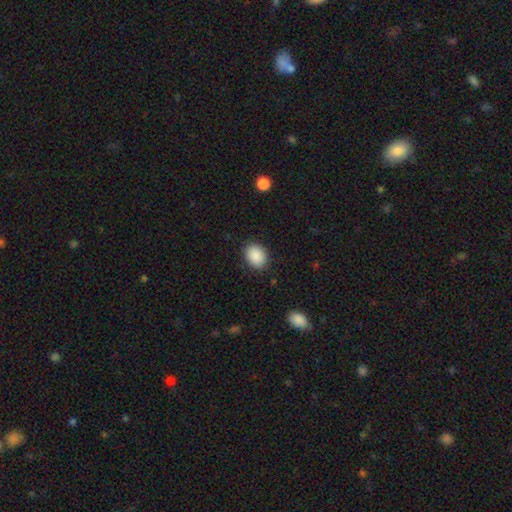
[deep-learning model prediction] Morphology: type=smooth (89%); roundness=in between (60%); merging=none (87%).